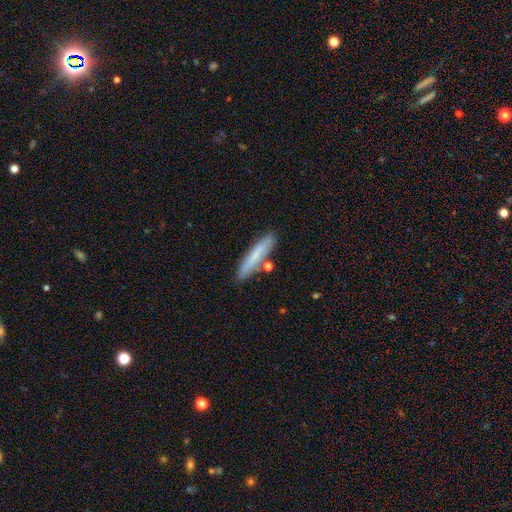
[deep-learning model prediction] Overall: smooth (73%). How rounded: cigar-shaped (90%). Merging: none (80%).